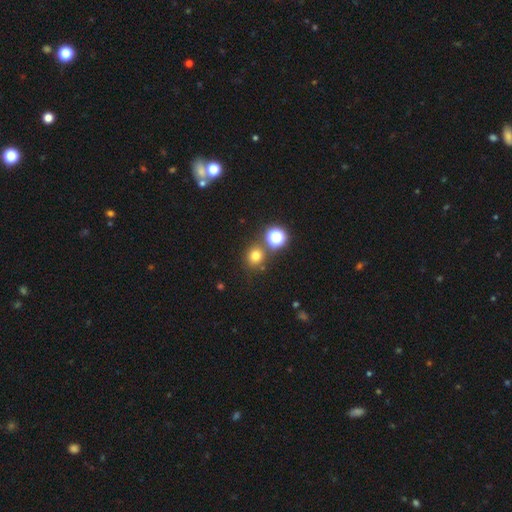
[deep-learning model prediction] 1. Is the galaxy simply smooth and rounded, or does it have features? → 72% smooth, 21% star or artifact, 7% featured or disk.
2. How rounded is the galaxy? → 83% round, 16% in between, 1% cigar-shaped.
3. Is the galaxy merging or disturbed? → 76% none, 12% merger, 9% minor disturbance, 3% major disturbance.